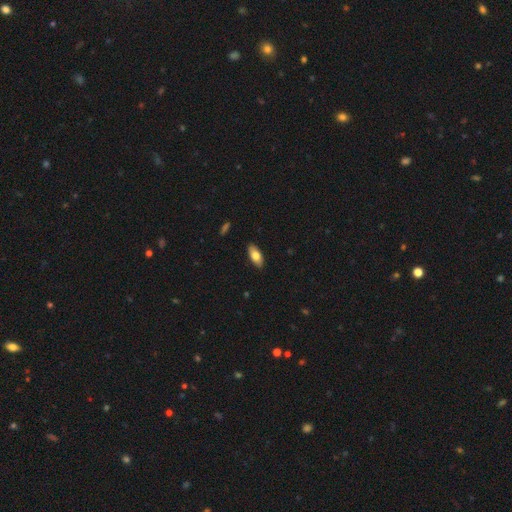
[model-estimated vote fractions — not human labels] Smooth or featured? Predicted: smooth (p=0.75). How rounded? Predicted: in between (p=0.87). Merging? Predicted: none (p=0.89).